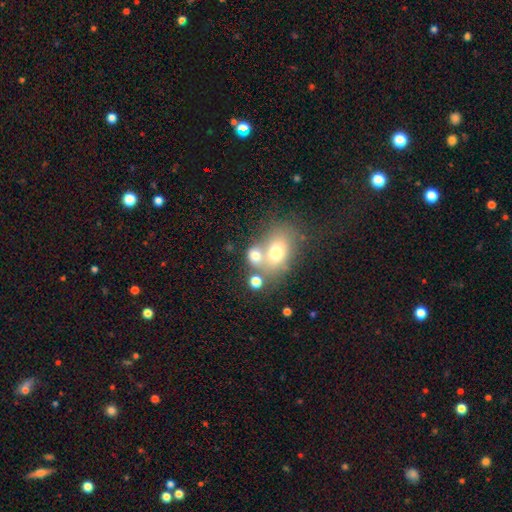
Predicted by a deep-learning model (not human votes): Smooth or featured?
  - smooth: 67% *
  - featured or disk: 20%
  - star or artifact: 13%
How rounded?
  - in between: 56% *
  - round: 43%
  - cigar-shaped: 1%
Merging?
  - merger: 50% *
  - none: 33%
  - minor disturbance: 10%
  - major disturbance: 7%